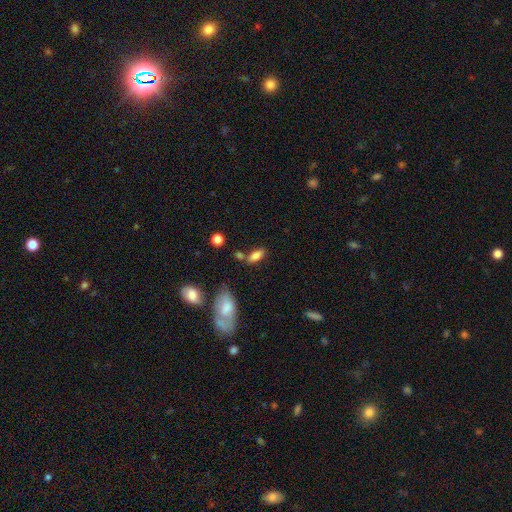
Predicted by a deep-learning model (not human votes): The model was most divided on "merging": none: 61%, merger: 17%, minor disturbance: 17%, major disturbance: 5%. More confident: how rounded — in between (82%); smooth or featured — smooth (81%).